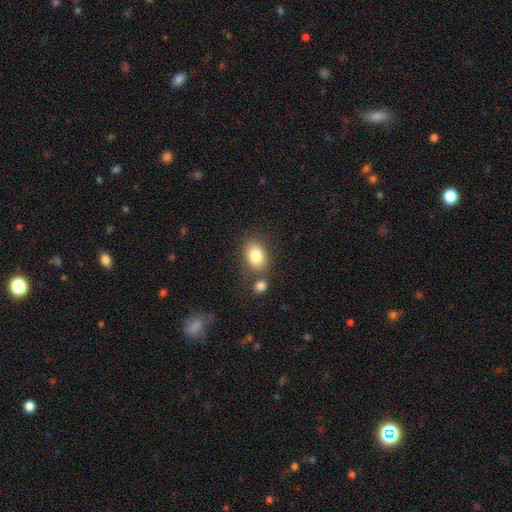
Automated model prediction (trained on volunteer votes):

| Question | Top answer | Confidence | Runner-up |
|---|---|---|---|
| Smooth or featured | smooth | 82% | featured or disk (10%) |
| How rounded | in between | 83% | round (16%) |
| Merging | none | 67% | merger (16%) |